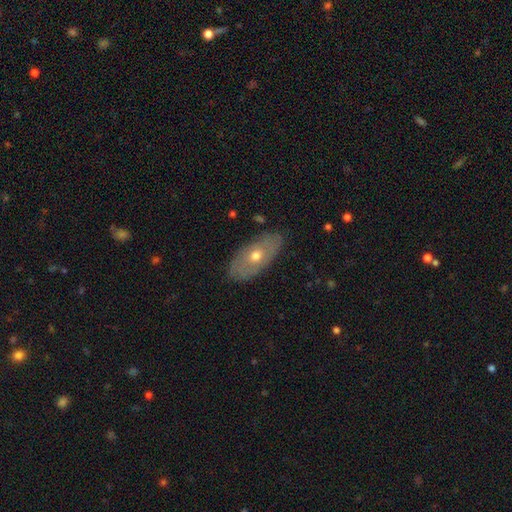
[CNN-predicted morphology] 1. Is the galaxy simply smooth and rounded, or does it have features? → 50% featured or disk, 42% smooth, 8% star or artifact.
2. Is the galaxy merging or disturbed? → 83% none, 13% minor disturbance, 3% major disturbance, 1% merger.